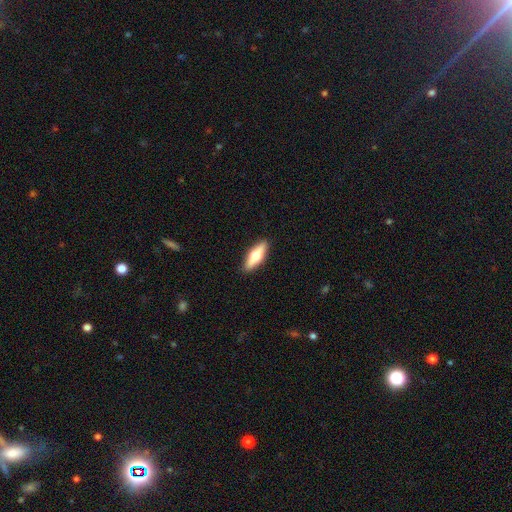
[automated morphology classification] Smooth or featured?
  - smooth: 49% *
  - featured or disk: 45%
  - star or artifact: 6%
Merging?
  - none: 90% *
  - minor disturbance: 8%
  - major disturbance: 2%
  - merger: 1%